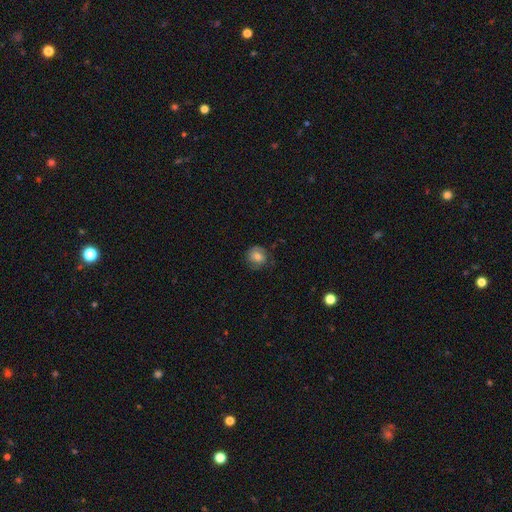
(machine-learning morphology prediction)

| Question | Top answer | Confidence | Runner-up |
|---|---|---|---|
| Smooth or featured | smooth | 59% | featured or disk (29%) |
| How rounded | round | 83% | in between (16%) |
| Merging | none | 74% | minor disturbance (19%) |